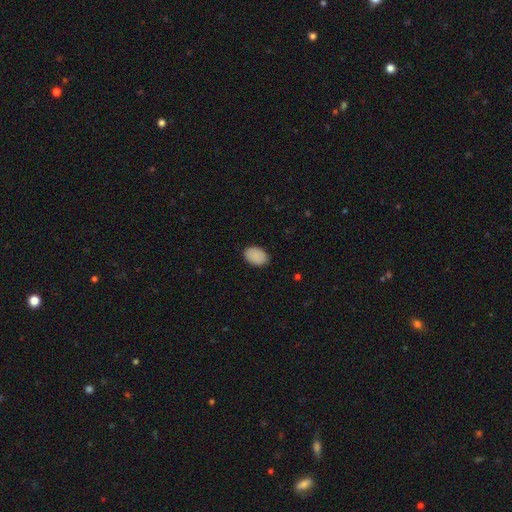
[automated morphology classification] The model was most divided on "how rounded": in between: 87%, round: 12%, cigar-shaped: 1%. More confident: smooth or featured — smooth (89%); merging — none (87%).